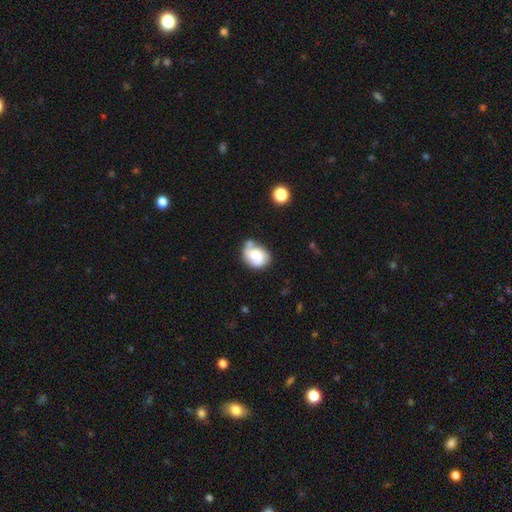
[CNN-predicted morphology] Smooth or featured?
  - smooth: 54% *
  - featured or disk: 38%
  - star or artifact: 9%
How rounded?
  - in between: 62% *
  - round: 37%
  - cigar-shaped: 1%
Merging?
  - none: 43% *
  - minor disturbance: 29%
  - merger: 16%
  - major disturbance: 12%